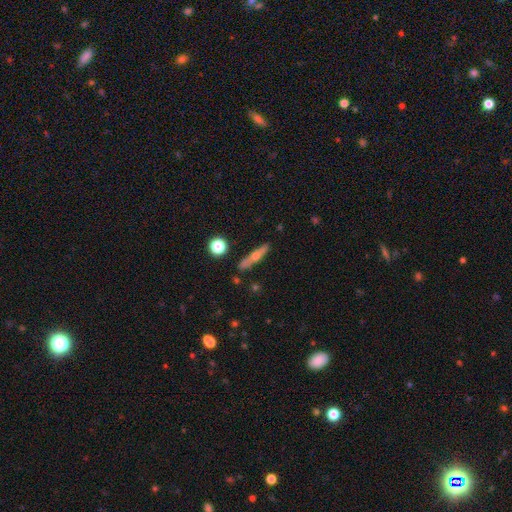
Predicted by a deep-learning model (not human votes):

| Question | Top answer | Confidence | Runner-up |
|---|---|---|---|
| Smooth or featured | featured or disk | 48% | smooth (43%) |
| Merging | none | 84% | minor disturbance (11%) |